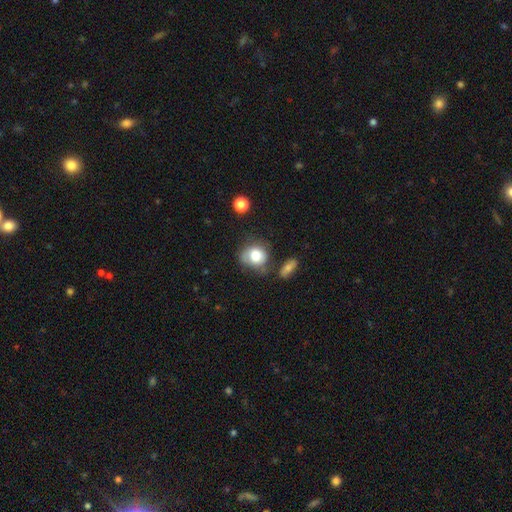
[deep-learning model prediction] Morphology: type=smooth (75%); roundness=round (65%); merging=none (51%).